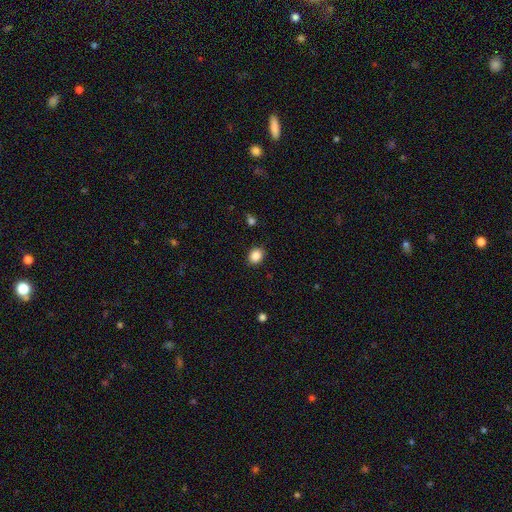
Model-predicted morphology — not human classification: The model was most divided on "how rounded": round: 52%, in between: 47%, cigar-shaped: 1%. More confident: merging — none (88%); smooth or featured — smooth (87%).